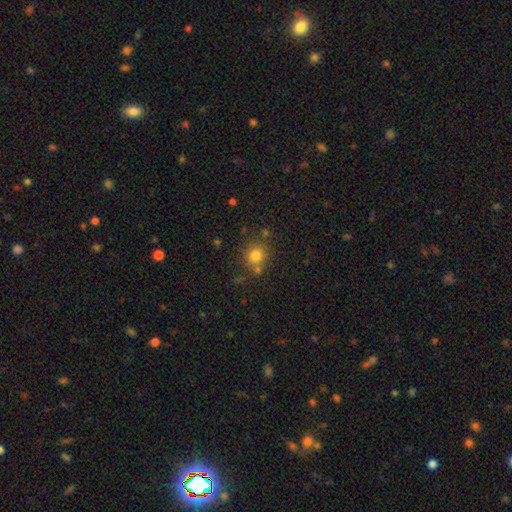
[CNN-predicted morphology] A smooth galaxy with no disk features (79%) that is round (87%).

Vote fractions:
- Smooth or featured? smooth: 79% / star or artifact: 14% / featured or disk: 8%
- How rounded? round: 87% / in between: 12% / cigar-shaped: 1%
- Merging? none: 72% / merger: 13% / minor disturbance: 11% / major disturbance: 4%